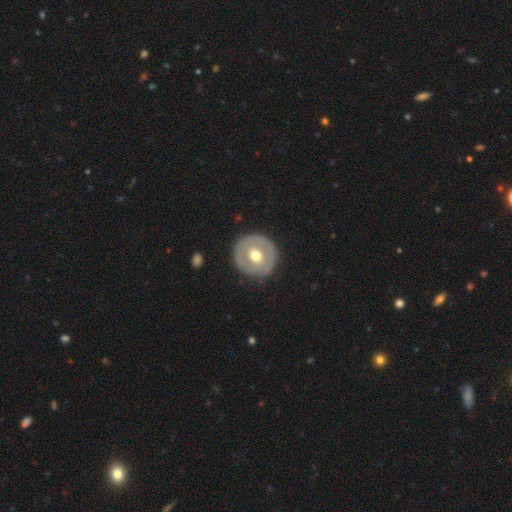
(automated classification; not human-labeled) This appears to be a featured or disk galaxy (49%). Merging: none (86%).